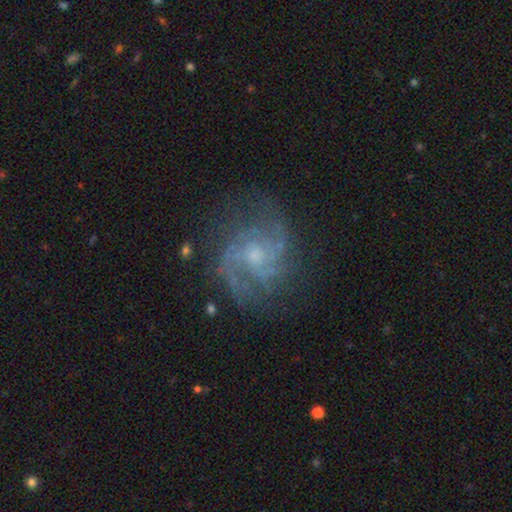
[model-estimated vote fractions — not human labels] featured or disk 84%, star or artifact 8%, smooth 8%. Down the decision tree: edge-on disk — no (98%); bar — no (66%); spiral arms — yes (95%); spiral arm count — 2 (36%); spiral winding — medium (50%); bulge size — small (57%); merging — none (71%).